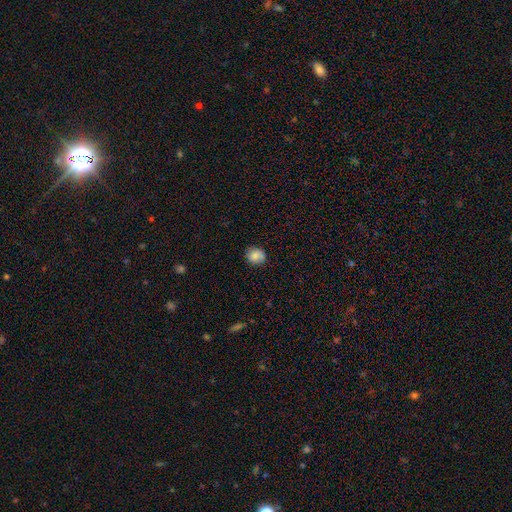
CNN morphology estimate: Smooth or featured: smooth — 81% (featured or disk — 10%)
How rounded: round — 79% (in between — 20%)
Merging: none — 81% (minor disturbance — 15%)